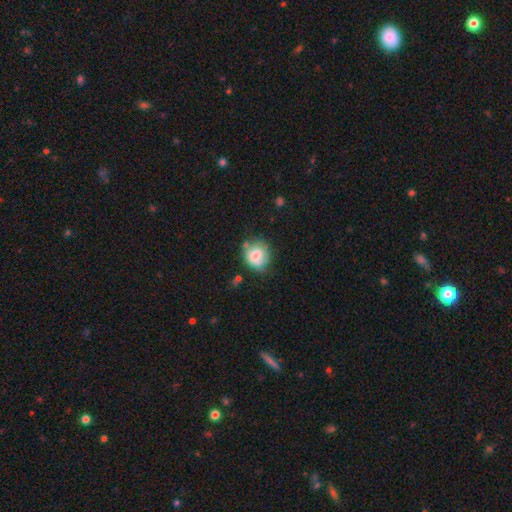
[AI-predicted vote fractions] Smooth or featured? smooth (66%)
How rounded? round (74%)
Merging? none (58%)